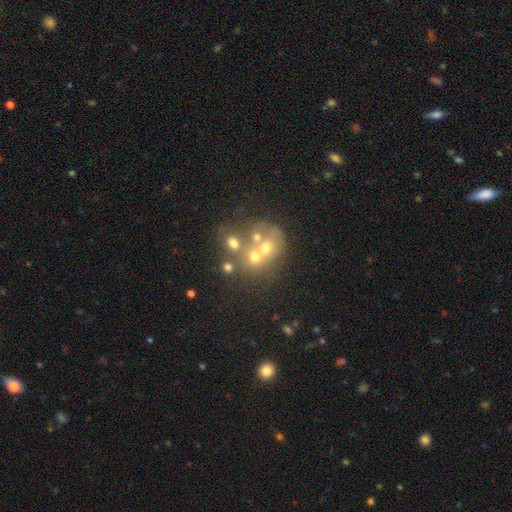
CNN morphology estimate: Overall: smooth (43%; featured or disk 37%). Merging: merger (53%; none 31%).